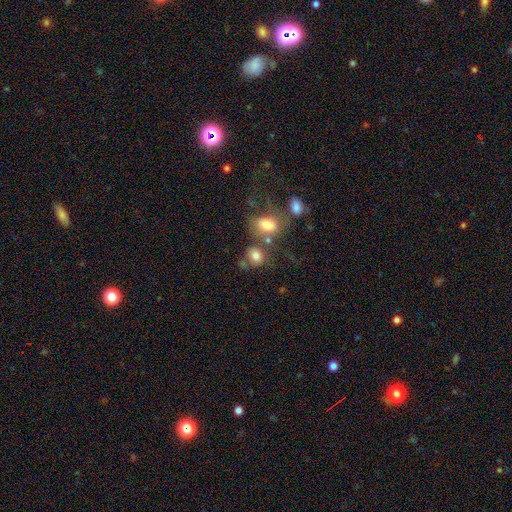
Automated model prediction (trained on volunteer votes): smooth_or_featured: smooth (p=0.78) [alt: star or artifact p=0.11]
how_rounded: round (p=0.63) [alt: in between p=0.36]
merging: none (p=0.48) [alt: merger p=0.29]